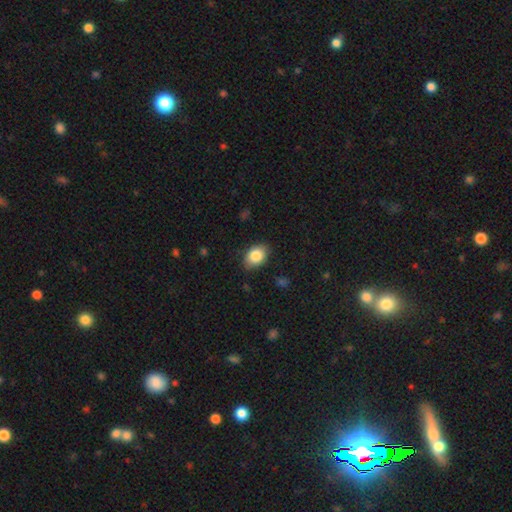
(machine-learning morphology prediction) smooth_or_featured: smooth (p=0.85) [alt: featured or disk p=0.08]
how_rounded: in between (p=0.81) [alt: round p=0.18]
merging: none (p=0.83) [alt: minor disturbance p=0.13]